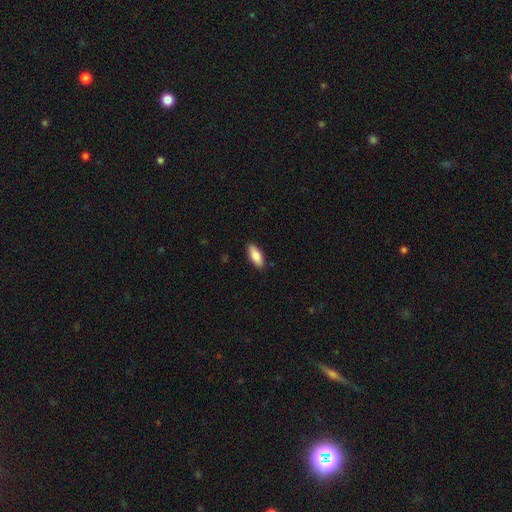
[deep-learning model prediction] smooth_or_featured: smooth (p=0.85) [alt: featured or disk p=0.09]
how_rounded: in between (p=0.83) [alt: cigar-shaped p=0.15]
merging: none (p=0.88) [alt: minor disturbance p=0.09]